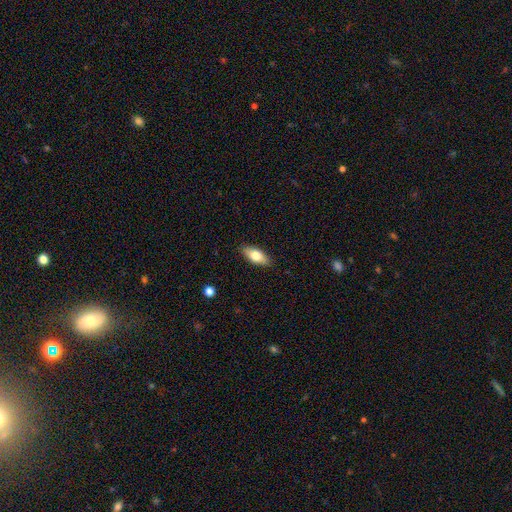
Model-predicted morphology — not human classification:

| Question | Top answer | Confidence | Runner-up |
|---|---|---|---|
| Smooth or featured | smooth | 74% | featured or disk (19%) |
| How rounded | in between | 81% | cigar-shaped (16%) |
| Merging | none | 88% | minor disturbance (9%) |